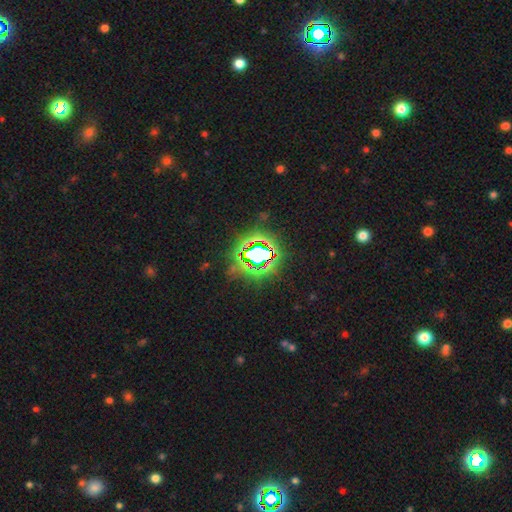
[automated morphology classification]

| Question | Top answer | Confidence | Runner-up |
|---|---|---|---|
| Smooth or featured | star or artifact | 75% | smooth (14%) |